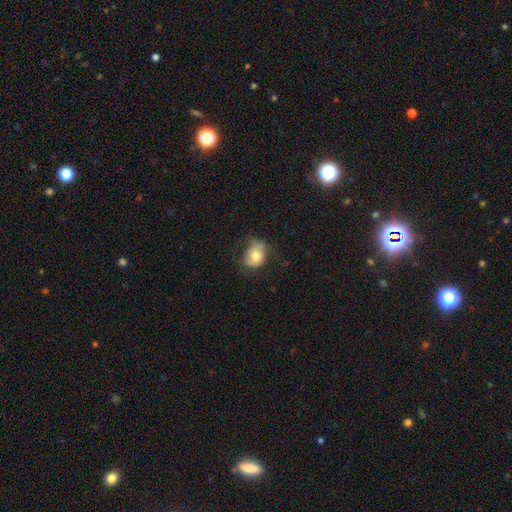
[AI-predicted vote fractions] This is likely a smooth galaxy (67%). How rounded: possibly in between (51%). Merging: possibly none (54%).